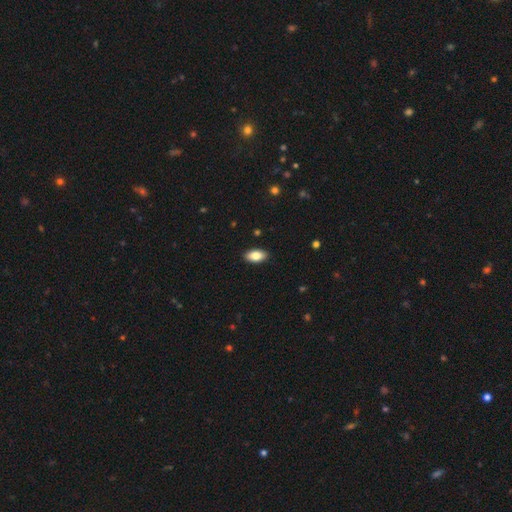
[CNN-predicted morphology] Overall: smooth (82%). How rounded: in between (92%). Merging: none (89%).